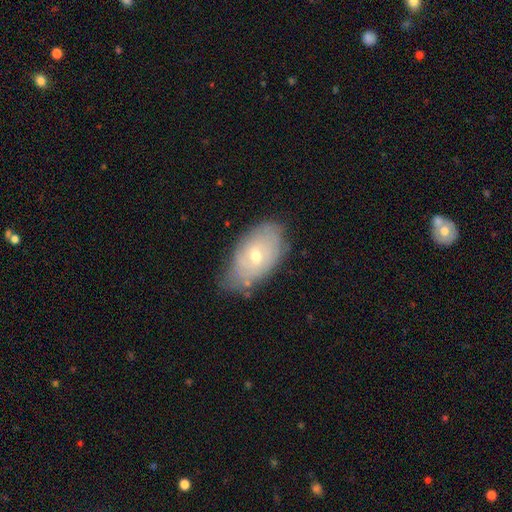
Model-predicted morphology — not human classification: Q: Smooth or featured?
A: featured or disk (55%); runner-up: smooth (37%)
Q: Edge-on disk?
A: no (91%); runner-up: yes (9%)
Q: Merging?
A: none (64%); runner-up: minor disturbance (27%)